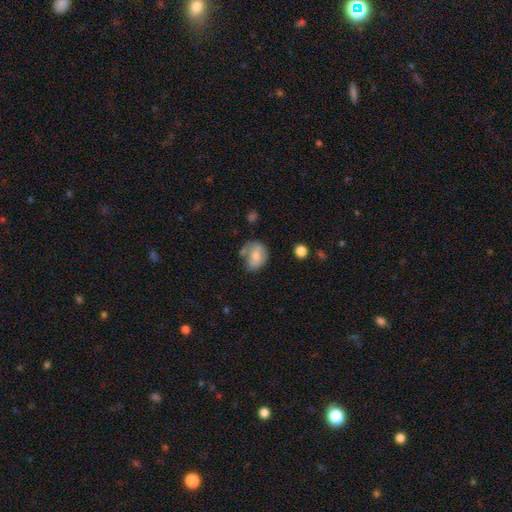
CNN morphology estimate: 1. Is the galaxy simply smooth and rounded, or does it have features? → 65% smooth, 27% featured or disk, 8% star or artifact.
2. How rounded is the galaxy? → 60% in between, 39% round, 1% cigar-shaped.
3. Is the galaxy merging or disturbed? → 44% none, 29% minor disturbance, 15% merger, 12% major disturbance.